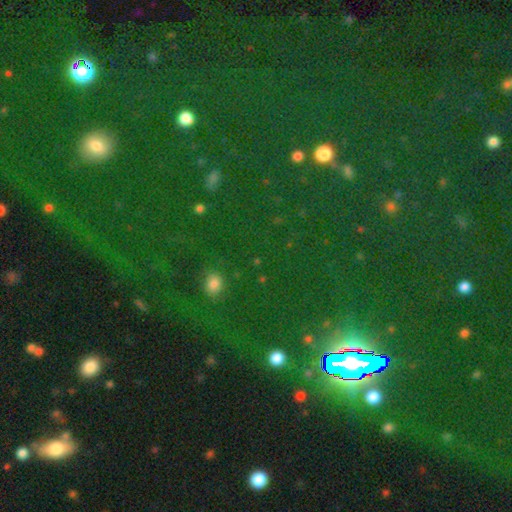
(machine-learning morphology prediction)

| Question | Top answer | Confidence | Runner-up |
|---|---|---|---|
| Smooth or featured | star or artifact | 72% | smooth (19%) |